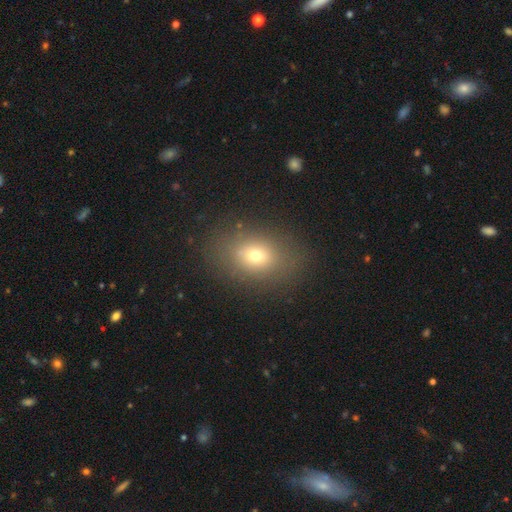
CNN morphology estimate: Overall: smooth (68%). How rounded: in between (66%; round 32%). Merging: none (84%).